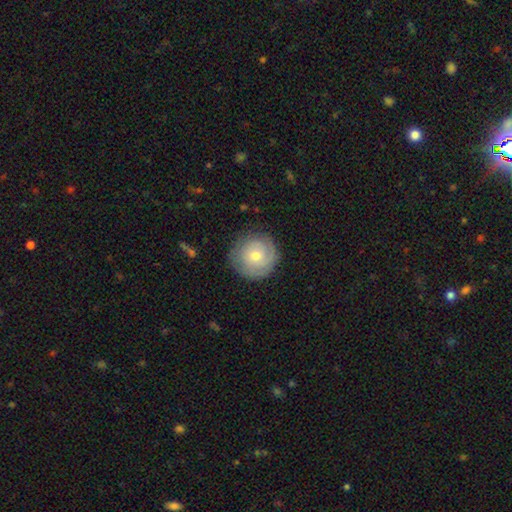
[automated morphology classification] type=smooth (50%); merging=none (81%).